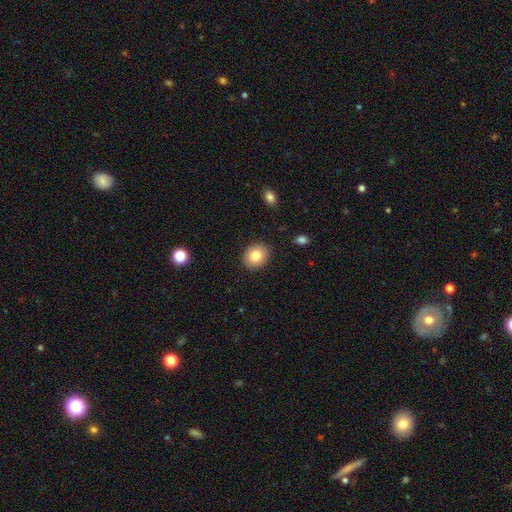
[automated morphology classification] Smooth or featured? Predicted: smooth (p=0.81). How rounded? Predicted: round (p=0.57). Merging? Predicted: none (p=0.89).